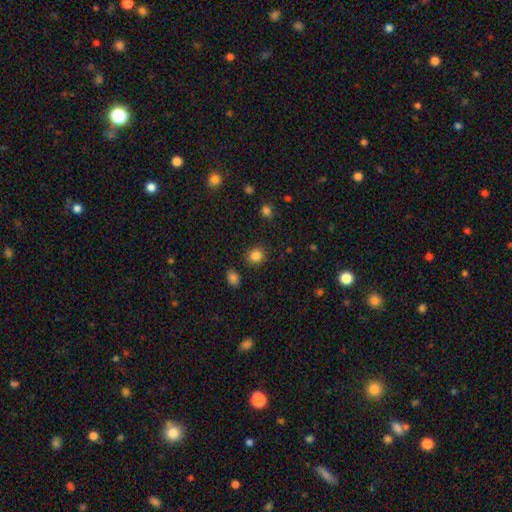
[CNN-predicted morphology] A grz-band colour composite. It shows a smooth galaxy with no disk features (85%) that is round (82%). Merging: none (86%).